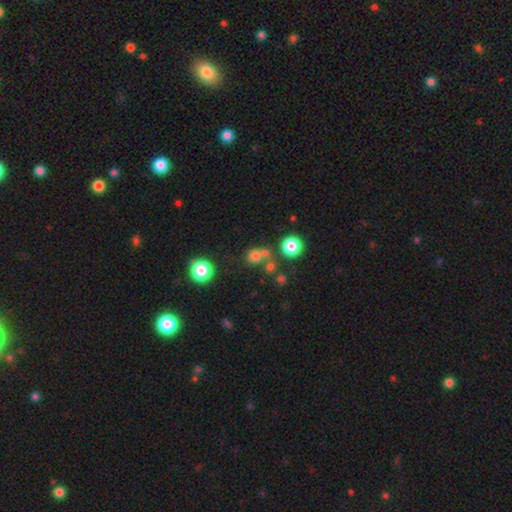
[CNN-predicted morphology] This appears to be a smooth galaxy with no disk features (71%) that is round (81%). Merging: none (56%).